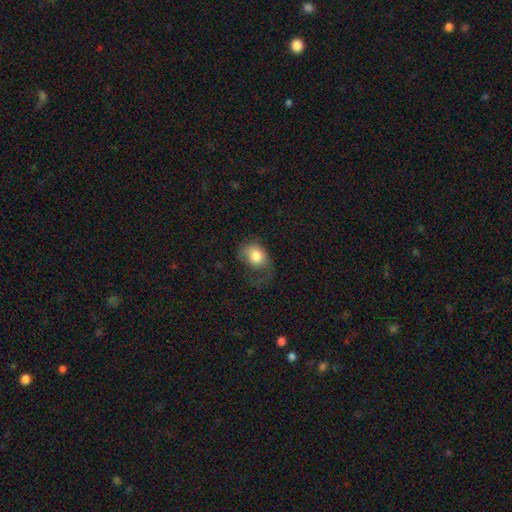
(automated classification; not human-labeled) A smooth galaxy with no disk features (76%) that is in between round and cigar-shaped (60%).

Vote fractions:
- Smooth or featured? smooth: 76% / featured or disk: 16% / star or artifact: 8%
- How rounded? in between: 60% / round: 39% / cigar-shaped: 1%
- Merging? major disturbance: 44% / none: 27% / minor disturbance: 26% / merger: 2%